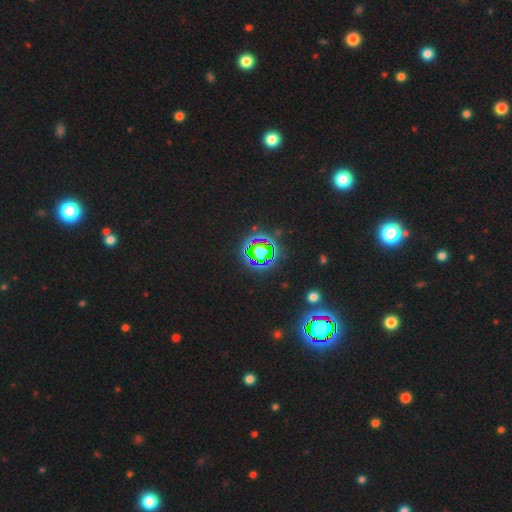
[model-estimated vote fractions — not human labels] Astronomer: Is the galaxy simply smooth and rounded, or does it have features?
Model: star or artifact — 70%.